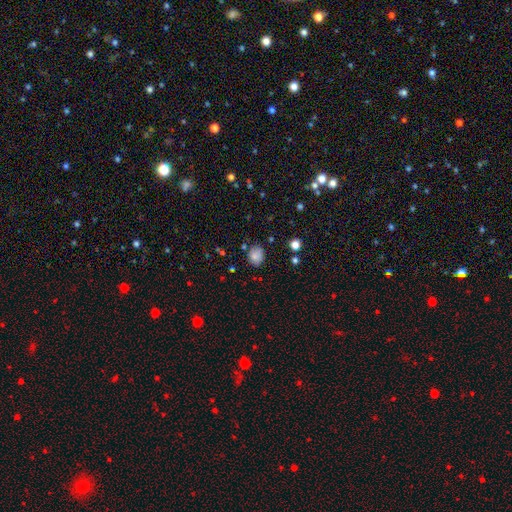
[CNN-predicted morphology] Overall: smooth (79%). How rounded: round (59%; in between 40%). Merging: none (73%).